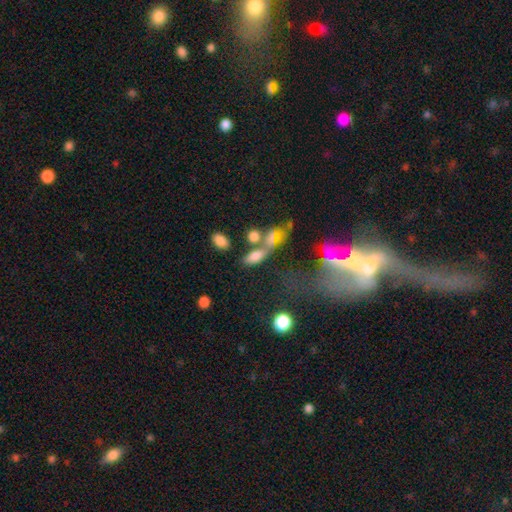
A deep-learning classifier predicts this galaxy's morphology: A smooth galaxy with no disk features (73%) that is in between round and cigar-shaped (82%).

Vote fractions:
- Smooth or featured? smooth: 73% / featured or disk: 15% / star or artifact: 12%
- How rounded? in between: 82% / cigar-shaped: 13% / round: 6%
- Merging? merger: 40% / none: 37% / minor disturbance: 13% / major disturbance: 10%